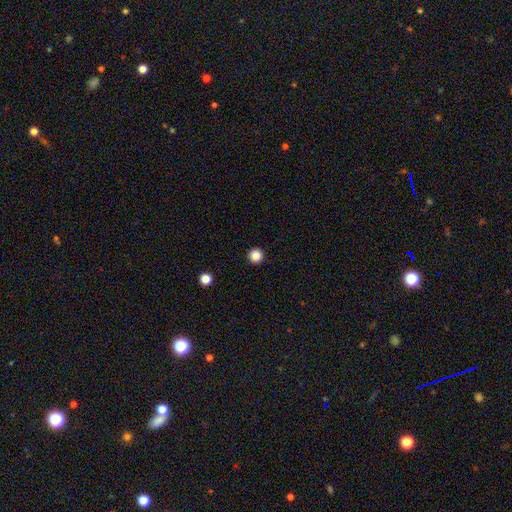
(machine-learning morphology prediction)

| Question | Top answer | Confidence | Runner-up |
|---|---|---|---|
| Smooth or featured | smooth | 86% | star or artifact (11%) |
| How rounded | round | 97% | in between (2%) |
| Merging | none | 94% | minor disturbance (3%) |